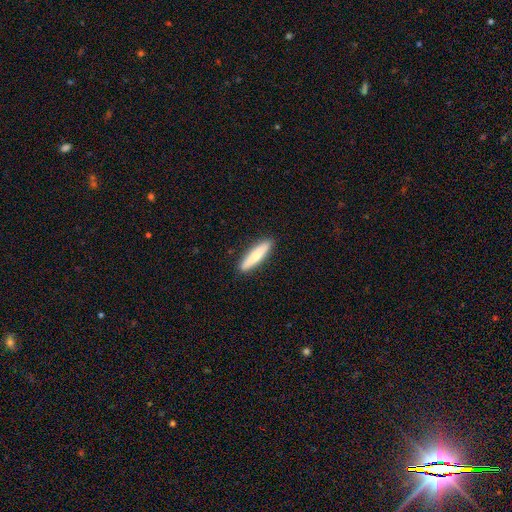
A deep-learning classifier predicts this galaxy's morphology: Q: Smooth or featured?
A: smooth (68%); runner-up: featured or disk (27%)
Q: How rounded?
A: cigar-shaped (85%); runner-up: in between (14%)
Q: Merging?
A: none (90%); runner-up: minor disturbance (7%)